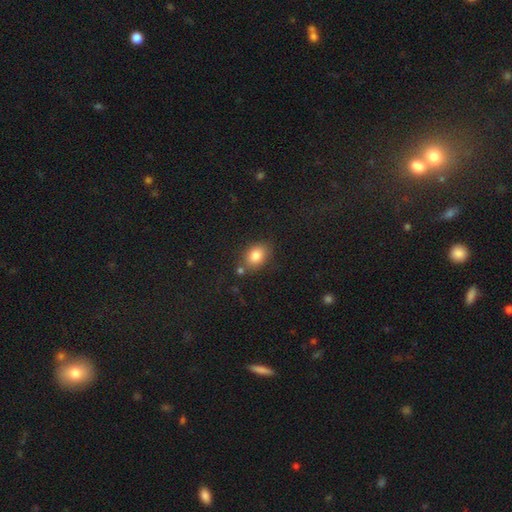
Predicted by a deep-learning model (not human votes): Q: Smooth or featured?
A: smooth (82%); runner-up: star or artifact (10%)
Q: How rounded?
A: in between (69%); runner-up: round (30%)
Q: Merging?
A: none (73%); runner-up: minor disturbance (14%)